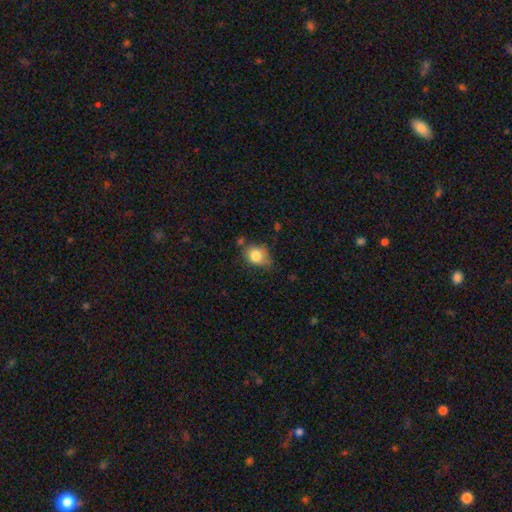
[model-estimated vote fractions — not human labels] Q: Smooth or featured?
A: smooth (81%); runner-up: featured or disk (10%)
Q: How rounded?
A: round (52%); runner-up: in between (47%)
Q: Merging?
A: none (49%); runner-up: minor disturbance (35%)